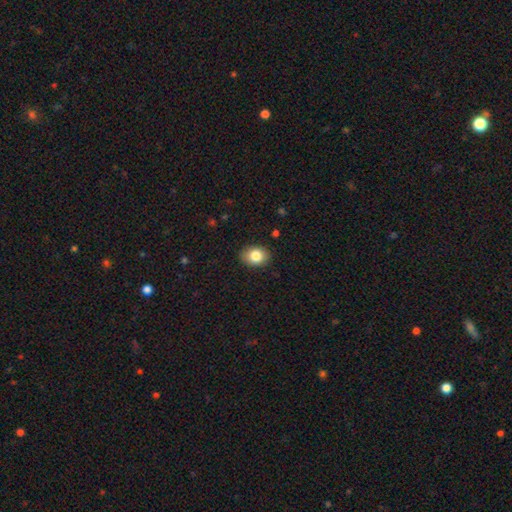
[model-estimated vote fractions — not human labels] This appears to be a smooth galaxy with no disk features (83%) that is in between round and cigar-shaped (61%). Merging: none (88%).